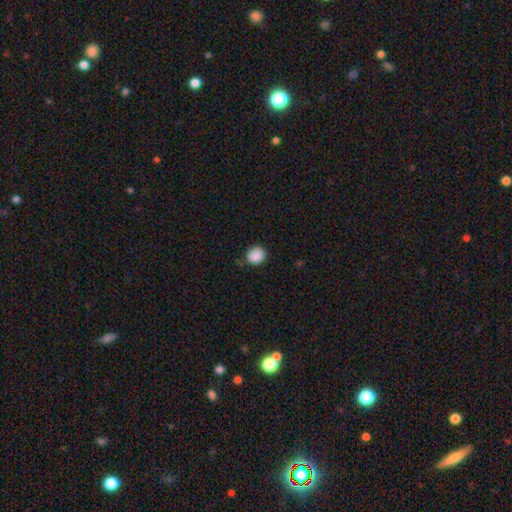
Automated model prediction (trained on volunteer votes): This appears to be a smooth galaxy with no disk features (89%) that is round (75%). Merging: none (79%).